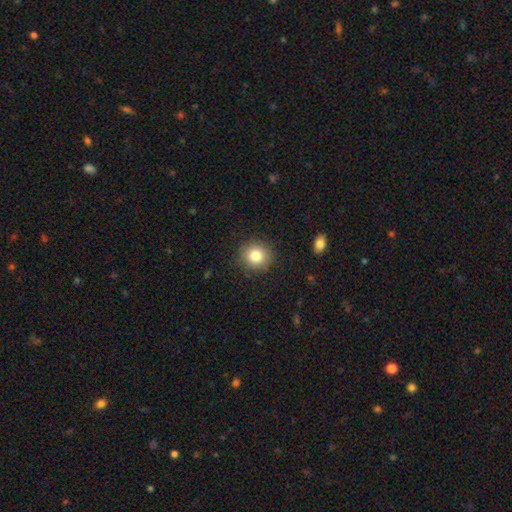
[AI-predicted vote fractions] Smooth or featured?
  - smooth: 82% *
  - star or artifact: 10%
  - featured or disk: 8%
How rounded?
  - round: 87% *
  - in between: 12%
  - cigar-shaped: 1%
Merging?
  - none: 89% *
  - minor disturbance: 8%
  - major disturbance: 2%
  - merger: 1%